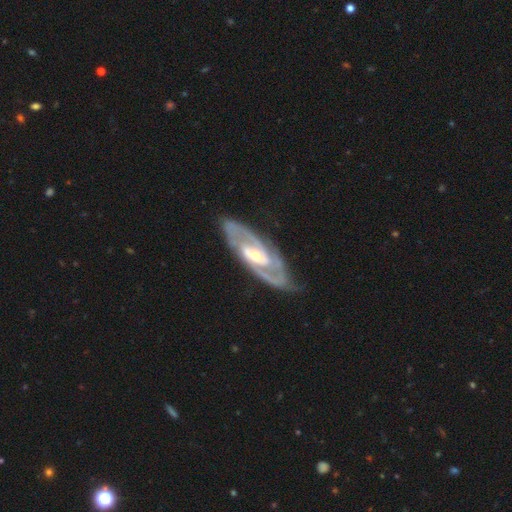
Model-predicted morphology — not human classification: smooth_or_featured: featured or disk (p=0.91) [alt: smooth p=0.06]
disk_edge_on: no (p=0.93) [alt: yes p=0.07]
bar: weak (p=0.41) [alt: no p=0.33]
has_spiral_arms: yes (p=0.96) [alt: no p=0.04]
spiral_winding: tight (p=0.46) [alt: medium p=0.44]
spiral_arm_count: 2 (p=0.84) [alt: can't tell p=0.07]
bulge_size: moderate (p=0.60) [alt: small p=0.35]
merging: none (p=0.80) [alt: minor disturbance p=0.15]